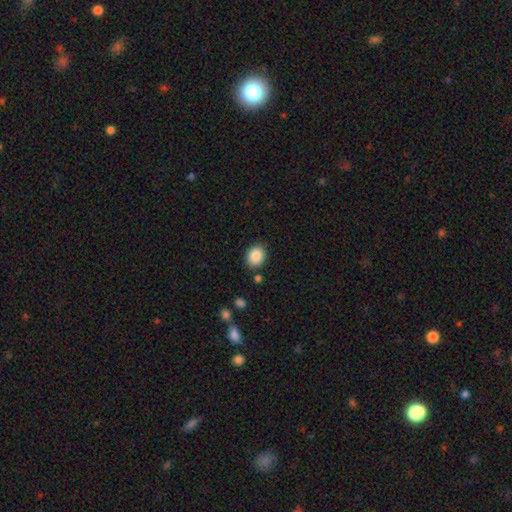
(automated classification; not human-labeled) This is clearly a smooth galaxy (87%). How rounded: possibly round (51%). Merging: clearly none (85%).